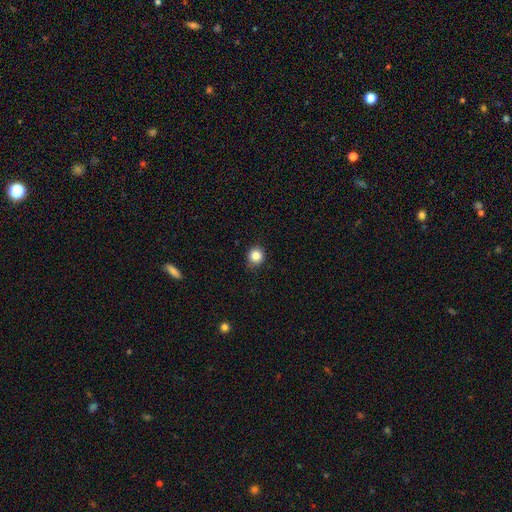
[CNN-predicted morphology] This appears to be a smooth galaxy with no disk features (85%) that is round (91%). Merging: none (86%).